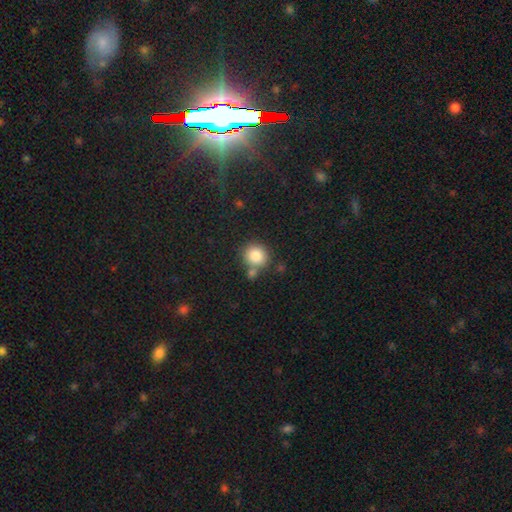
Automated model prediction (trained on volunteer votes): Morphology: type=smooth (84%); roundness=round (86%); merging=none (65%).